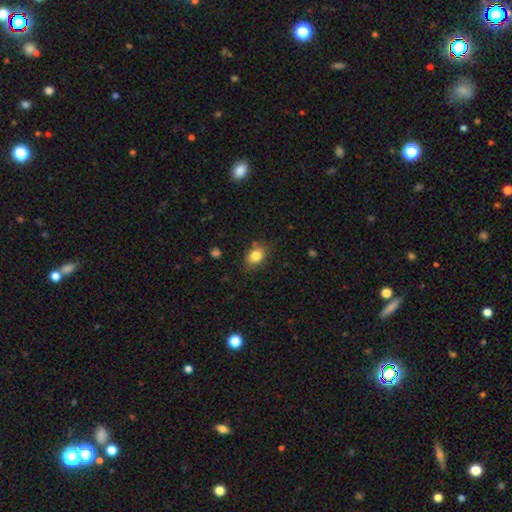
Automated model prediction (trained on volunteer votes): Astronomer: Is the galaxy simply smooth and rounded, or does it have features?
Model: smooth — 83%.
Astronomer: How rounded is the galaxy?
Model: in between — 67%.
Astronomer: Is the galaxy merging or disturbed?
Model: none — 79%.